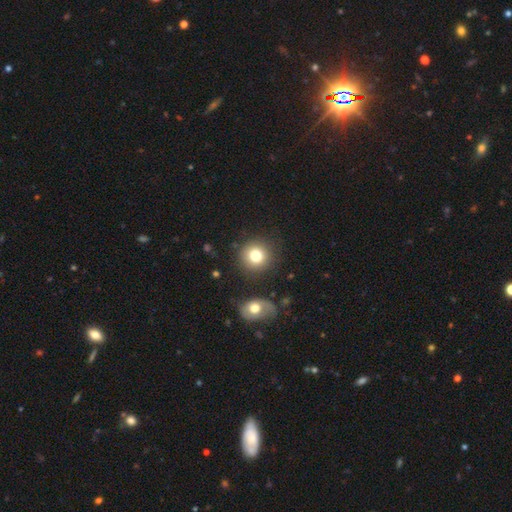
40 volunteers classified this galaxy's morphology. Volunteers were most divided on "merging": none: 67%, minor disturbance: 28%, major disturbance: 3%, merger: 3%. More confident: how rounded — round (83%); smooth or featured — smooth (75%).